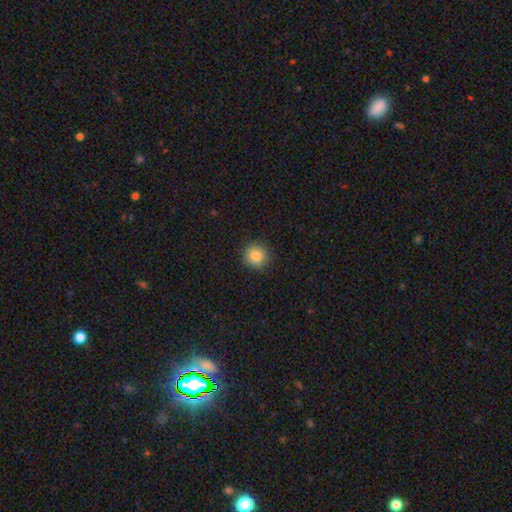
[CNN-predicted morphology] Smooth or featured? Predicted: smooth (p=0.85). How rounded? Predicted: round (p=0.93). Merging? Predicted: none (p=0.91).